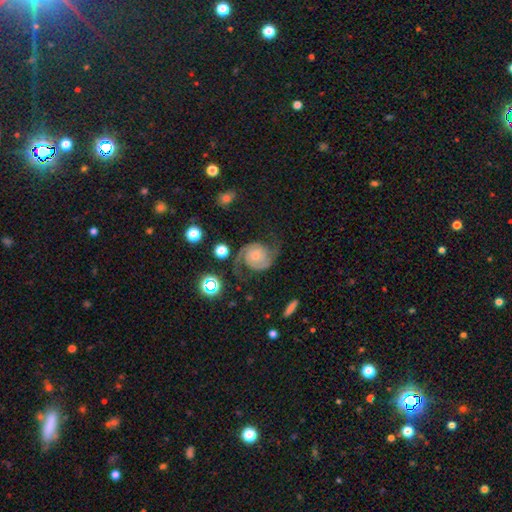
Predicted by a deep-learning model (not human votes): smooth-or-featured: featured or disk: 86% | star or artifact: 7% | smooth: 6%
  disk-edge-on: no: 98% | yes: 2%
    bar: no: 77% | weak: 18% | strong: 5%
    has-spiral-arms: yes: 98% | no: 2%
      spiral-winding: medium: 48% | tight: 35% | loose: 17%
      spiral-arm-count: 2: 91% | can't tell: 3% | 3: 2% | 1: 2% | 4: 1% | more than 4: 1%
    bulge-size: small: 59% | moderate: 35% | large: 3% | none: 2% | dominant: 1%
  merging: none: 73% | minor disturbance: 16% | major disturbance: 9% | merger: 2%